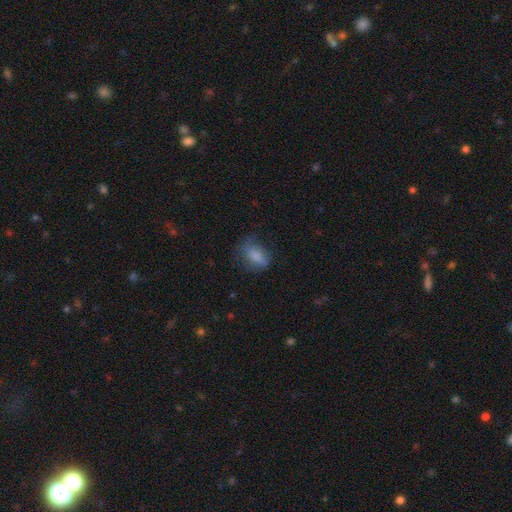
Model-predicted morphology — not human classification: This is likely a smooth galaxy (77%). How rounded: clearly in between (84%). Merging: possibly none (47%).